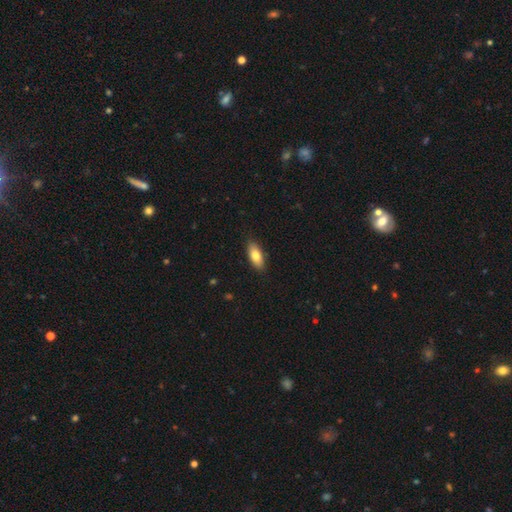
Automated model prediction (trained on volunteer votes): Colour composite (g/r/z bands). It shows a smooth galaxy with no disk features (79%) that is in between round and cigar-shaped (82%). Merging: none (86%).